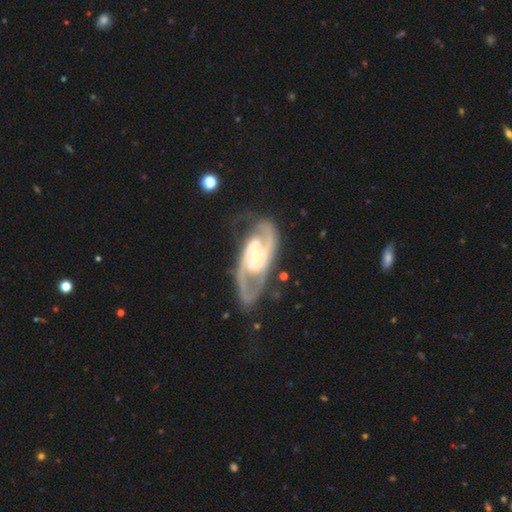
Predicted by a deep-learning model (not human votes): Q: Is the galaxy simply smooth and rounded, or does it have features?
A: featured or disk — 91%.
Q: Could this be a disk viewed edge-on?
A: no — 95%.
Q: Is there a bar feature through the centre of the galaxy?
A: no — 48%.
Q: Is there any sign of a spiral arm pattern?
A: yes — 97%.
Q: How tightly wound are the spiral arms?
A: medium — 51%.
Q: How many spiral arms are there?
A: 2 — 87%.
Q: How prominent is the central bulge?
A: small — 63%.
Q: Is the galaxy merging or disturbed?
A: none — 70%.